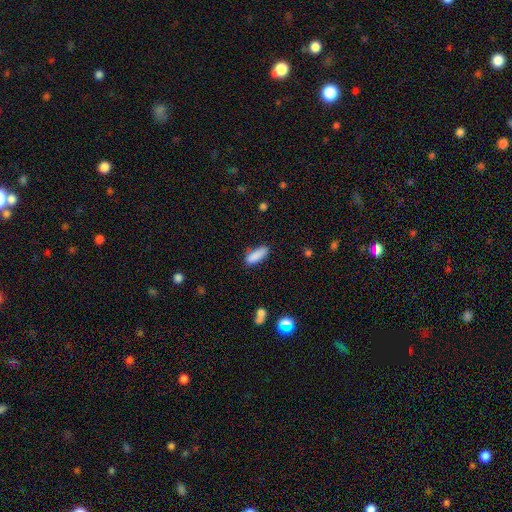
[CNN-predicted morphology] smooth-or-featured: smooth: 87% | star or artifact: 7% | featured or disk: 5%
  how-rounded: in between: 59% | cigar-shaped: 39% | round: 2%
  merging: none: 74% | minor disturbance: 19% | major disturbance: 4% | merger: 3%